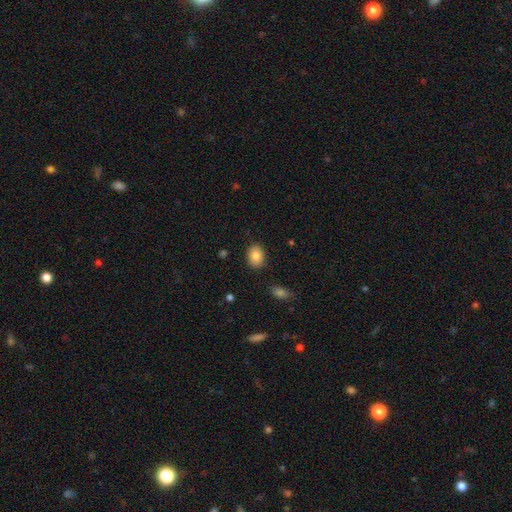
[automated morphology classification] This appears to be a smooth galaxy with no disk features (84%) that is in between round and cigar-shaped (73%). Merging: none (86%).